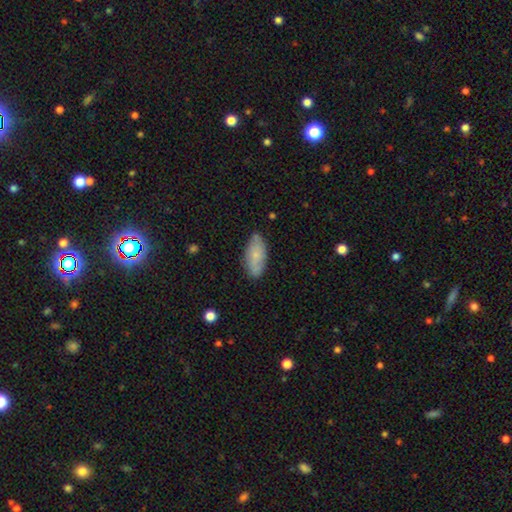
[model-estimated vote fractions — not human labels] smooth 71%, featured or disk 22%, star or artifact 7%. Down the decision tree: how rounded — in between (86%); merging — none (76%).